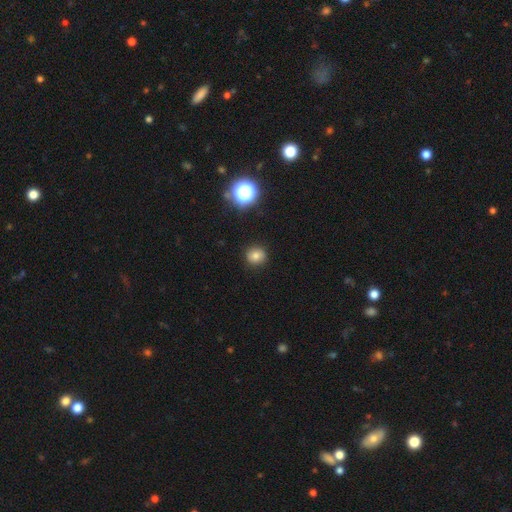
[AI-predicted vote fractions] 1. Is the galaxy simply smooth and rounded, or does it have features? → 77% smooth, 15% star or artifact, 8% featured or disk.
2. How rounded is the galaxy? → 89% round, 10% in between, 1% cigar-shaped.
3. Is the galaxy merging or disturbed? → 89% none, 7% minor disturbance, 2% major disturbance, 1% merger.